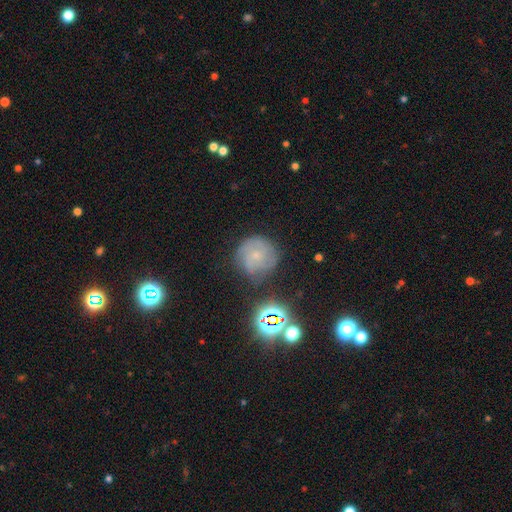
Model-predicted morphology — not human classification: Smooth or featured? Predicted: featured or disk (p=0.50). Edge-on disk? Predicted: no (p=0.97). Merging? Predicted: none (p=0.65).